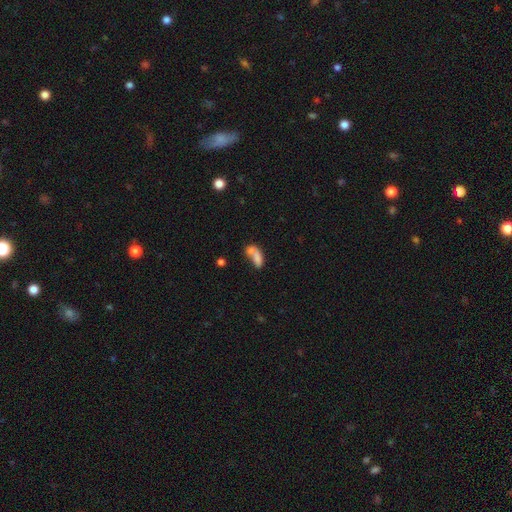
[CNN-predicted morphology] smooth_or_featured: smooth (p=0.72) [alt: featured or disk p=0.18]
how_rounded: in between (p=0.77) [alt: cigar-shaped p=0.16]
merging: merger (p=0.55) [alt: none p=0.24]